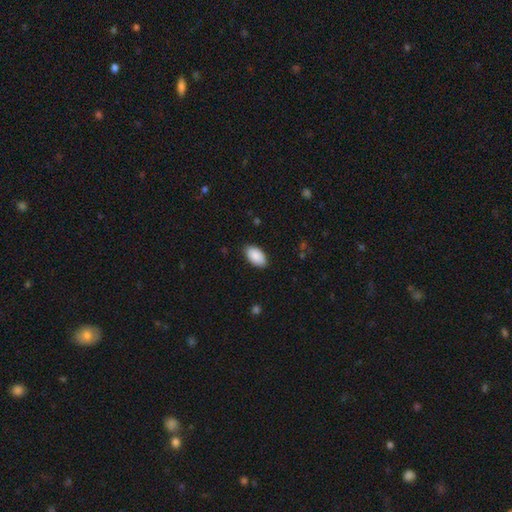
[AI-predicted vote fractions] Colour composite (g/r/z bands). It shows a smooth galaxy with no disk features (90%) that is in between round and cigar-shaped (96%). Merging: none (88%).